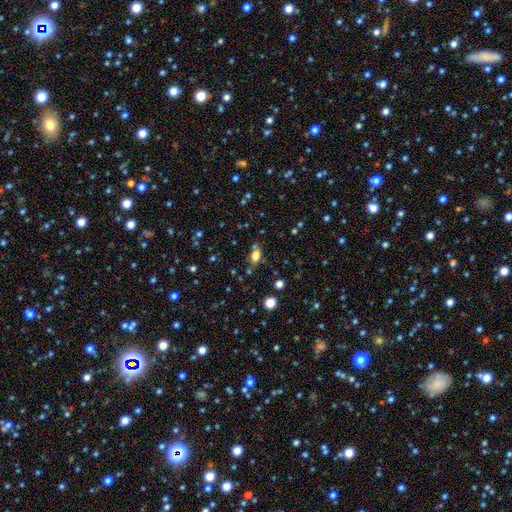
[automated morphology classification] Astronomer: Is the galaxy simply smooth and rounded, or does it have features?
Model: smooth — 76%.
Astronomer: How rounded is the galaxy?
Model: in between — 75%.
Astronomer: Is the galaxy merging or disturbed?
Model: none — 71%.